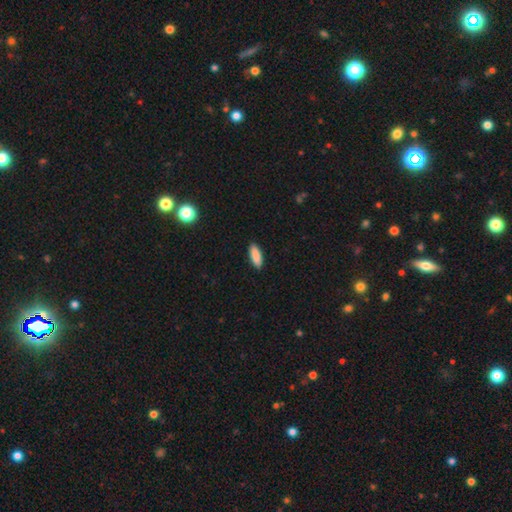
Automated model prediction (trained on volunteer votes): Overall: smooth (89%). How rounded: in between (67%; cigar-shaped 31%). Merging: none (90%).